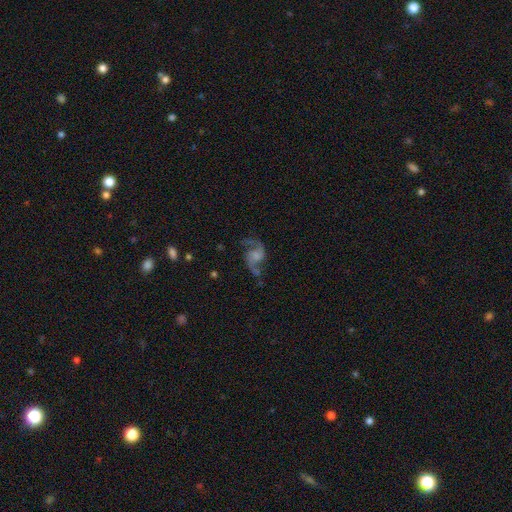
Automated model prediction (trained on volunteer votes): featured or disk 87%, star or artifact 6%, smooth 6%. Down the decision tree: edge-on disk — no (98%); bar — no (60%); spiral arms — yes (96%); spiral arm count — 2 (93%); spiral winding — loose (64%); bulge size — none (39%); merging — none (70%).